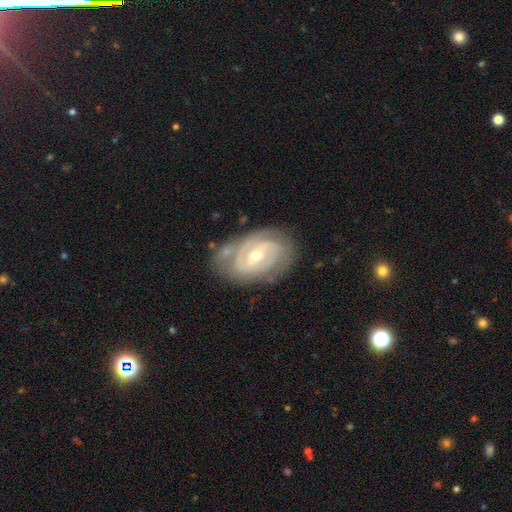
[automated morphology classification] Smooth or featured? Predicted: featured or disk (p=0.83). Edge-on disk? Predicted: no (p=0.96). Bar? Predicted: weak (p=0.47). Spiral arms? Predicted: yes (p=0.89). Spiral winding? Predicted: tight (p=0.60). Spiral arm count? Predicted: 2 (p=0.55). Bulge size? Predicted: moderate (p=0.51). Merging? Predicted: none (p=0.71).